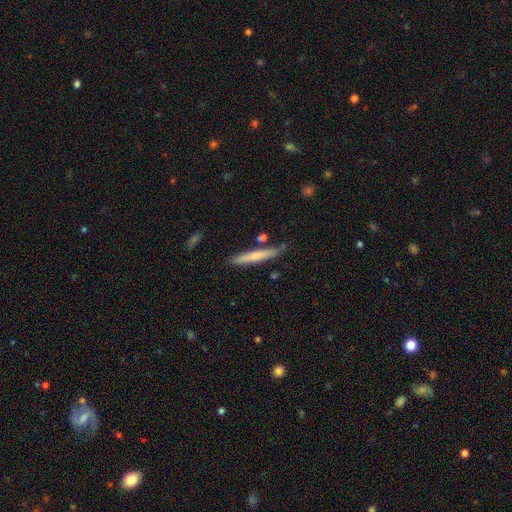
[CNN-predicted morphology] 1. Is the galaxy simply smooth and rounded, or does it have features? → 63% smooth, 32% featured or disk, 6% star or artifact.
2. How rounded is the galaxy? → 95% cigar-shaped, 4% in between, 1% round.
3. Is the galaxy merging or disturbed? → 84% none, 11% minor disturbance, 4% merger, 2% major disturbance.